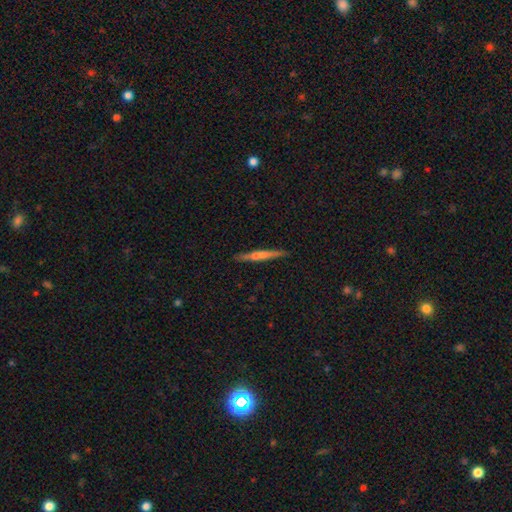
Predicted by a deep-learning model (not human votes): featured or disk 64%, smooth 28%, star or artifact 7%. Down the decision tree: edge-on disk — yes (97%); edge-on bulge — rounded (62%); merging — none (89%).